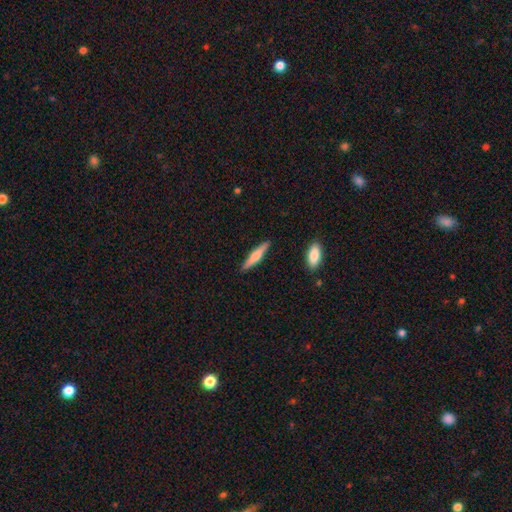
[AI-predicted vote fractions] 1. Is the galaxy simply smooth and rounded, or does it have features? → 50% smooth, 44% featured or disk, 6% star or artifact.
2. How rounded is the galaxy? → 88% cigar-shaped, 10% in between, 2% round.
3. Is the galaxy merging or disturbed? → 89% none, 7% minor disturbance, 2% merger, 2% major disturbance.